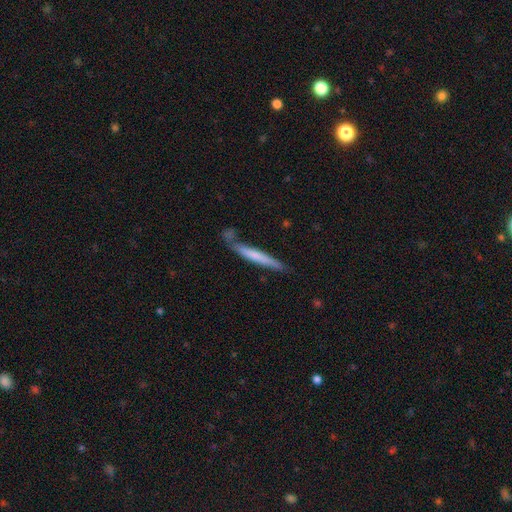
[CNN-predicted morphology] Smooth or featured: smooth — 59% (featured or disk — 35%)
How rounded: cigar-shaped — 95% (in between — 4%)
Merging: none — 65% (minor disturbance — 18%)